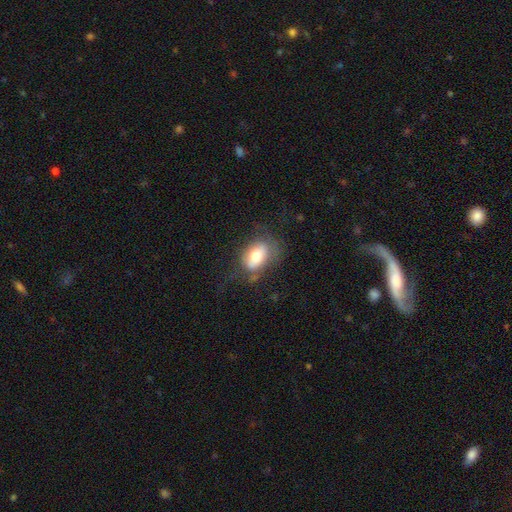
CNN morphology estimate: smooth 69%, featured or disk 23%, star or artifact 8%. Down the decision tree: how rounded — in between (85%); merging — none (53%).